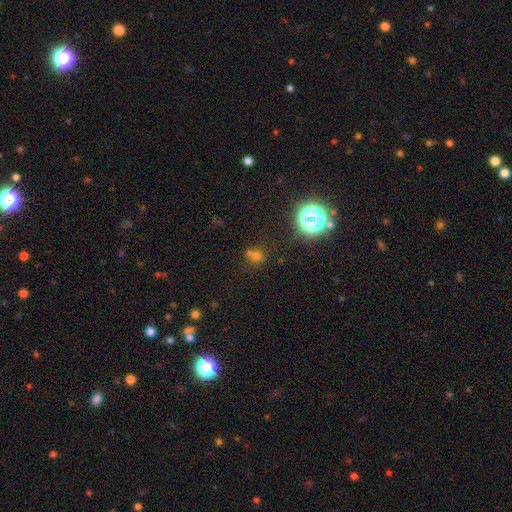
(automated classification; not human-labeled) This appears to be a smooth galaxy with no disk features (59%) that is round (85%). Merging: none (57%).